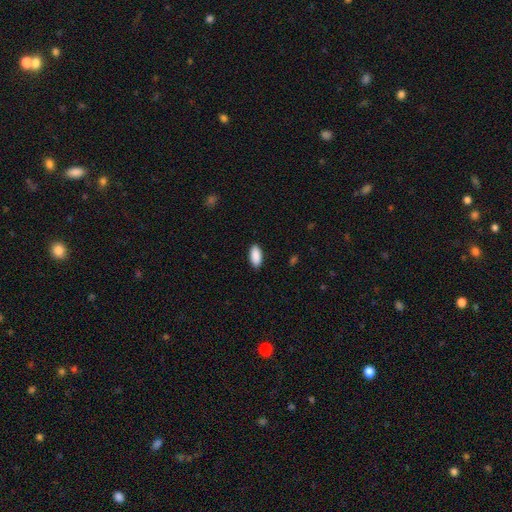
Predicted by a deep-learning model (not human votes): Smooth or featured?
  - smooth: 91% *
  - star or artifact: 6%
  - featured or disk: 3%
How rounded?
  - in between: 91% *
  - cigar-shaped: 7%
  - round: 2%
Merging?
  - none: 89% *
  - minor disturbance: 8%
  - major disturbance: 2%
  - merger: 1%